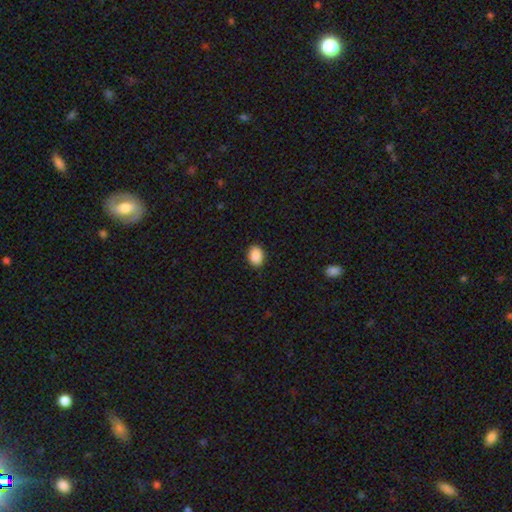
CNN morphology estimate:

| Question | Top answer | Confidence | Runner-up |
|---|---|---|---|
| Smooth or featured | smooth | 90% | star or artifact (8%) |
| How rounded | in between | 71% | round (28%) |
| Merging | none | 89% | minor disturbance (8%) |